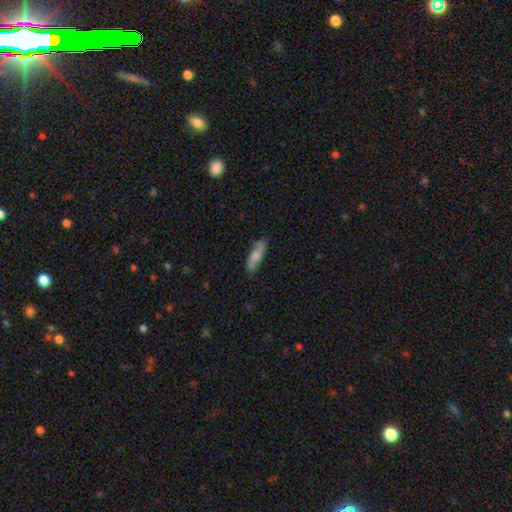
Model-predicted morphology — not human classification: Smooth or featured? Predicted: smooth (p=0.65). How rounded? Predicted: cigar-shaped (p=0.54). Merging? Predicted: none (p=0.78).